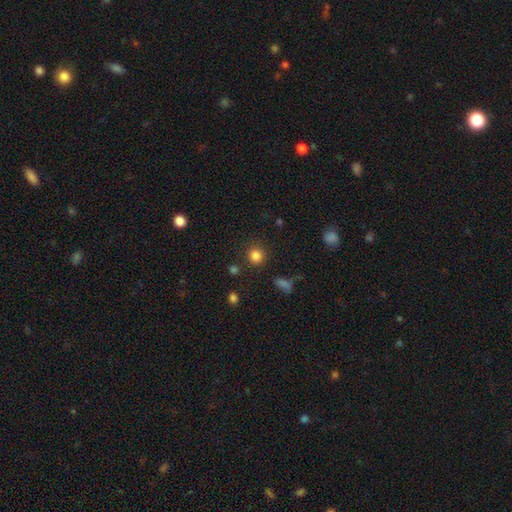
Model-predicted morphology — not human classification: type=smooth (83%); roundness=round (91%); merging=none (86%).